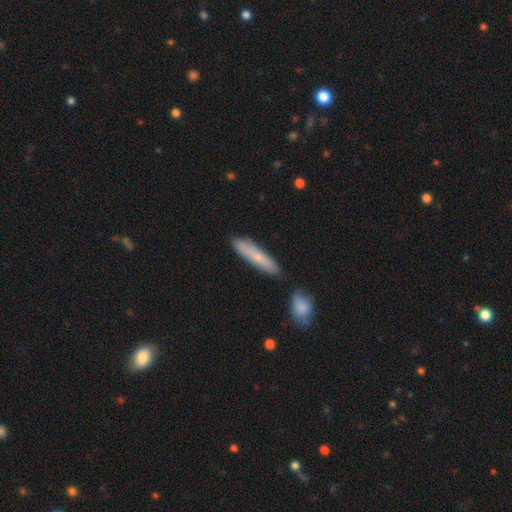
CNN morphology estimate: A smooth galaxy with no disk features (71%) that is cigar-shaped (81%).

Vote fractions:
- Smooth or featured? smooth: 71% / featured or disk: 23% / star or artifact: 6%
- How rounded? cigar-shaped: 81% / in between: 17% / round: 2%
- Merging? none: 78% / minor disturbance: 13% / merger: 7% / major disturbance: 2%